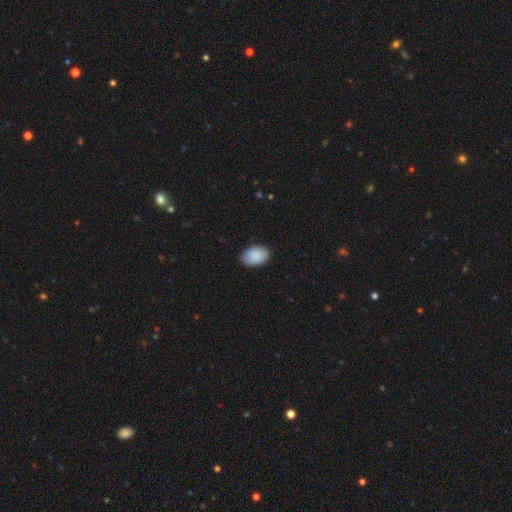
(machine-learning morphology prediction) The model was most divided on "how rounded": in between: 86%, round: 13%, cigar-shaped: 1%. More confident: smooth or featured — smooth (90%); merging — none (85%).